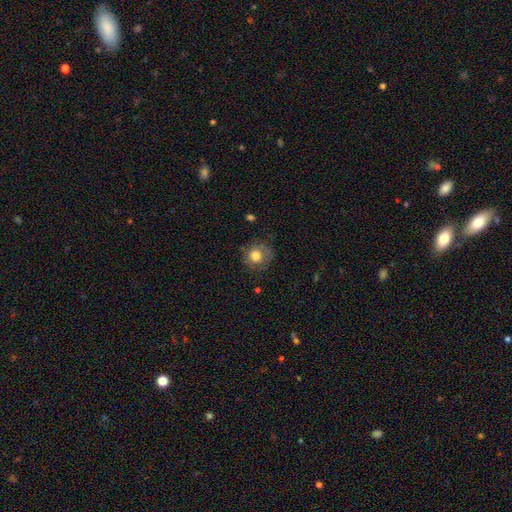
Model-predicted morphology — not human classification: Smooth or featured: smooth — 72% (featured or disk — 18%)
How rounded: round — 85% (in between — 14%)
Merging: none — 71% (minor disturbance — 19%)